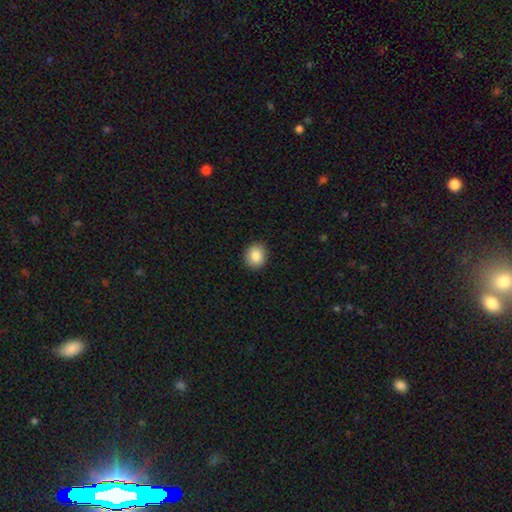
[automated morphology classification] The model was most divided on "how rounded": round: 77%, in between: 22%, cigar-shaped: 1%. More confident: merging — none (91%); smooth or featured — smooth (85%).